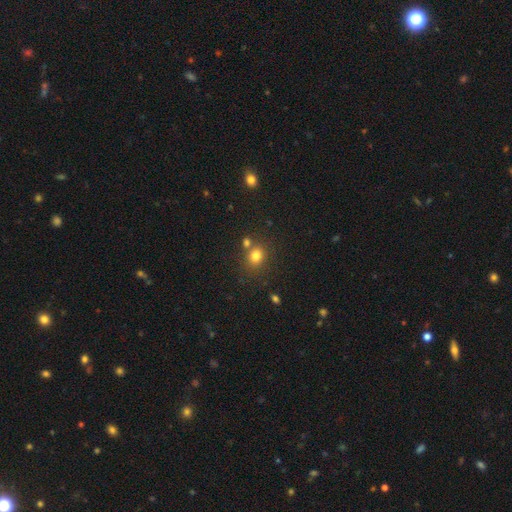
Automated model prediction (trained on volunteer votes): smooth-or-featured: smooth: 78% | star or artifact: 14% | featured or disk: 7%
  how-rounded: round: 63% | in between: 36% | cigar-shaped: 1%
  merging: none: 65% | merger: 20% | minor disturbance: 11% | major disturbance: 4%